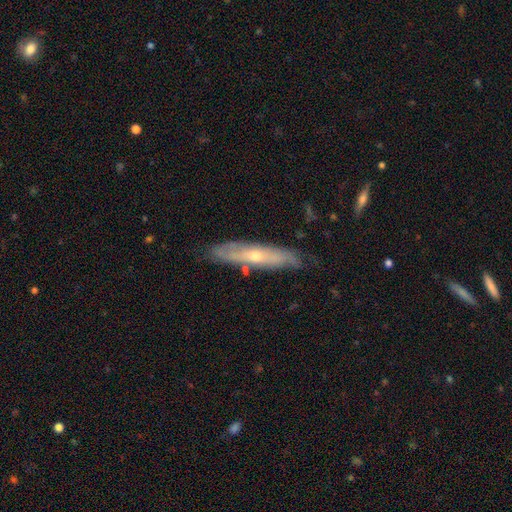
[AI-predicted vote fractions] Smooth or featured? Predicted: featured or disk (p=0.63). Edge-on disk? Predicted: yes (p=0.55). Merging? Predicted: none (p=0.74).